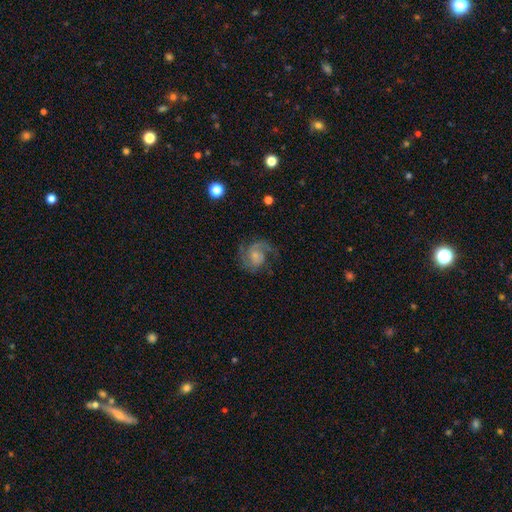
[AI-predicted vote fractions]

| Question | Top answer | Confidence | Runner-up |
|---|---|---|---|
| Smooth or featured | featured or disk | 82% | smooth (12%) |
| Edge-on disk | no | 98% | yes (2%) |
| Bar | no | 66% | weak (29%) |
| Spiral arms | yes | 95% | no (5%) |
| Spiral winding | medium | 51% | tight (28%) |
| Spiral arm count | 2 | 74% | 1 (11%) |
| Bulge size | small | 60% | moderate (26%) |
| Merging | none | 65% | minor disturbance (18%) |